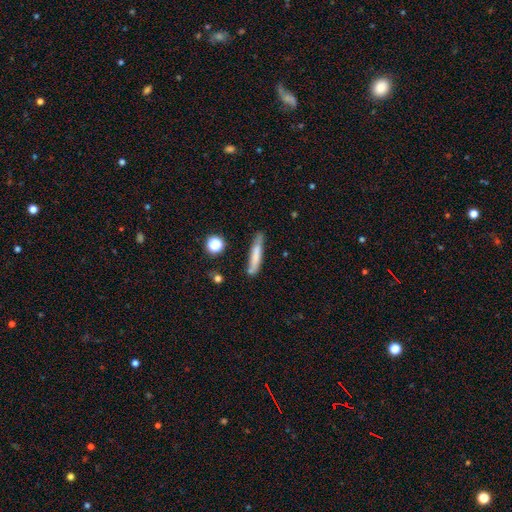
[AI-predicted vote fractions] Smooth or featured? smooth (69%)
How rounded? cigar-shaped (90%)
Merging? none (71%)